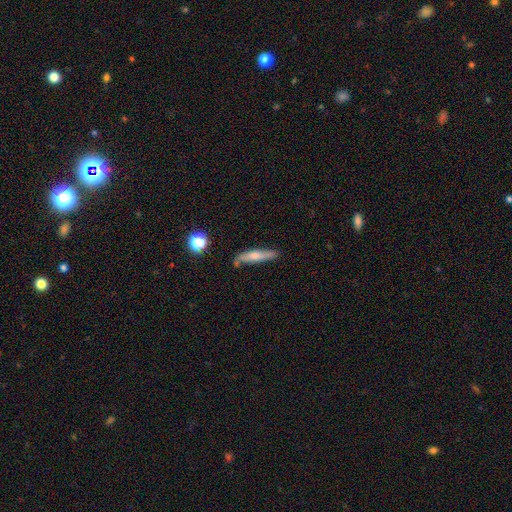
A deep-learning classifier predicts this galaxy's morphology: Smooth or featured? smooth (59%)
How rounded? cigar-shaped (85%)
Merging? none (73%)